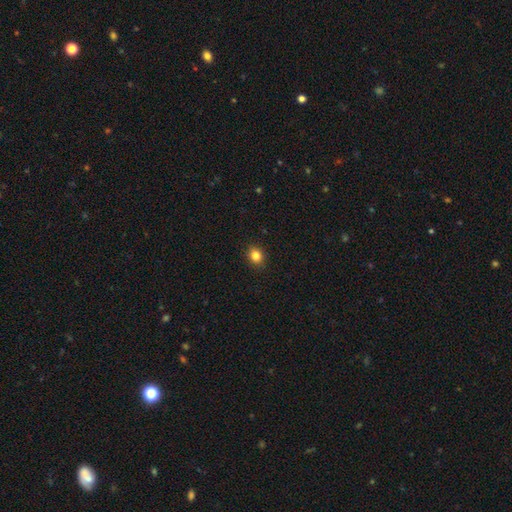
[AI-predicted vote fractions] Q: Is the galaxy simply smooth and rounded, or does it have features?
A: smooth — 84%.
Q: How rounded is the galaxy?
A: round — 60%.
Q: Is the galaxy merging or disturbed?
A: none — 91%.